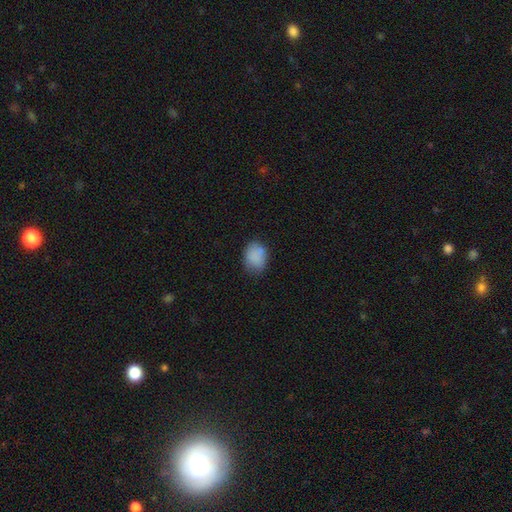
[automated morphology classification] Q: Smooth or featured?
A: smooth (83%); runner-up: star or artifact (9%)
Q: How rounded?
A: in between (63%); runner-up: round (35%)
Q: Merging?
A: none (66%); runner-up: minor disturbance (25%)